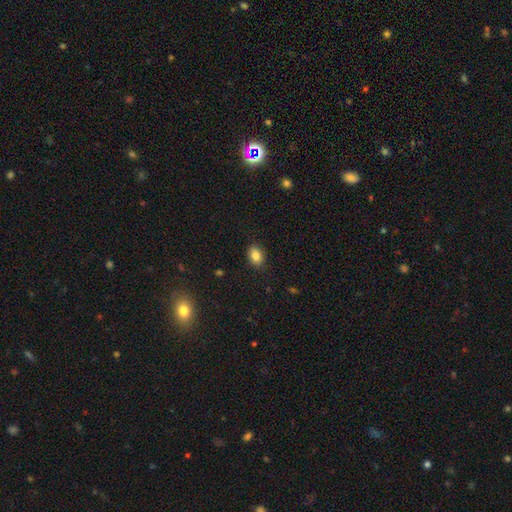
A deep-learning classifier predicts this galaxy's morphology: Smooth or featured?
  - smooth: 84% *
  - star or artifact: 9%
  - featured or disk: 6%
How rounded?
  - in between: 75% *
  - round: 24%
  - cigar-shaped: 1%
Merging?
  - none: 88% *
  - minor disturbance: 9%
  - major disturbance: 2%
  - merger: 1%